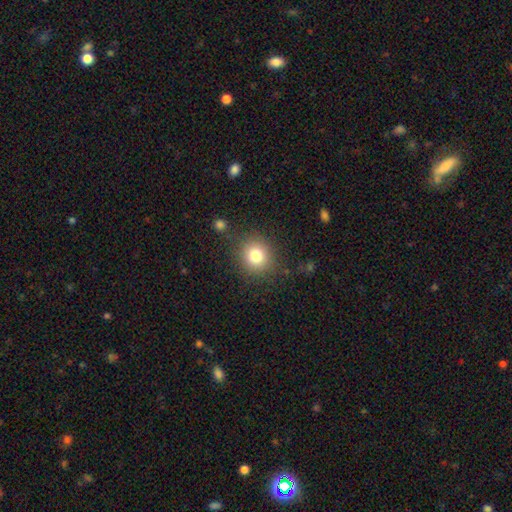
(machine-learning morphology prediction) Smooth or featured? Predicted: smooth (p=0.80). How rounded? Predicted: round (p=0.85). Merging? Predicted: none (p=0.84).